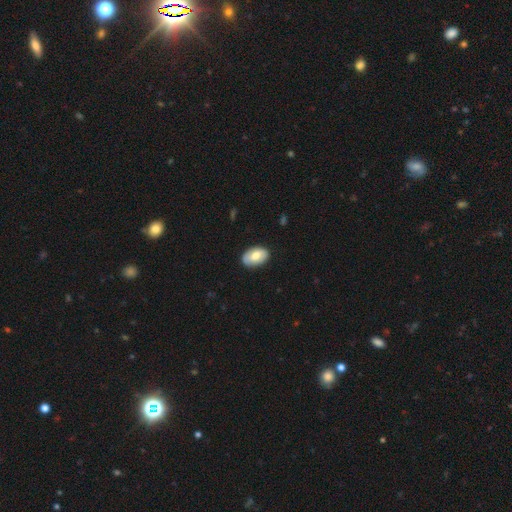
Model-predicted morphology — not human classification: A smooth galaxy with no disk features (65%) that is in between round and cigar-shaped (91%).

Vote fractions:
- Smooth or featured? smooth: 65% / featured or disk: 29% / star or artifact: 6%
- How rounded? in between: 91% / round: 7% / cigar-shaped: 1%
- Merging? none: 83% / minor disturbance: 13% / major disturbance: 3% / merger: 1%